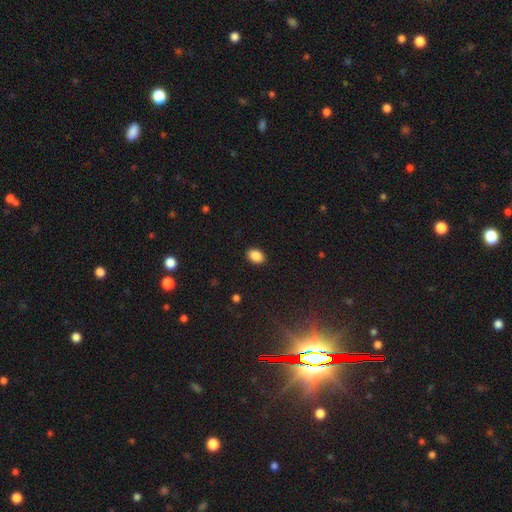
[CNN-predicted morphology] Smooth or featured? Predicted: smooth (p=0.88). How rounded? Predicted: in between (p=0.78). Merging? Predicted: none (p=0.90).